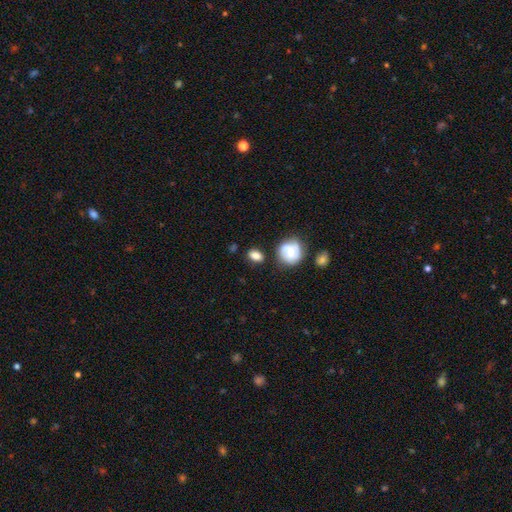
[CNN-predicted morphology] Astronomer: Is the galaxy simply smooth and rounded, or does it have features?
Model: smooth — 80%.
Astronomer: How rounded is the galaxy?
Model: in between — 67%.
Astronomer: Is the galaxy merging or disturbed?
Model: none — 75%.